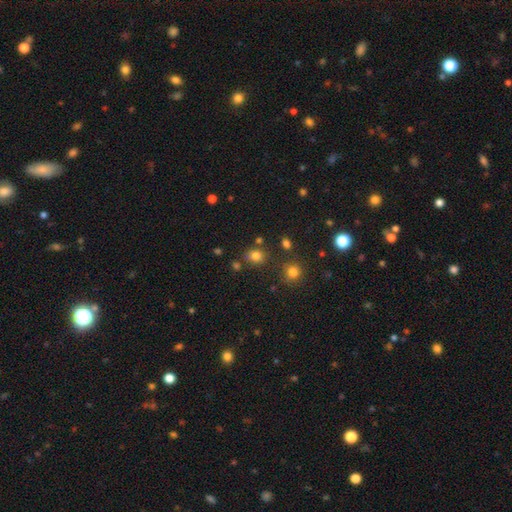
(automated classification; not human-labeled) Overall: smooth (79%). How rounded: round (62%; in between 37%). Merging: none (74%).